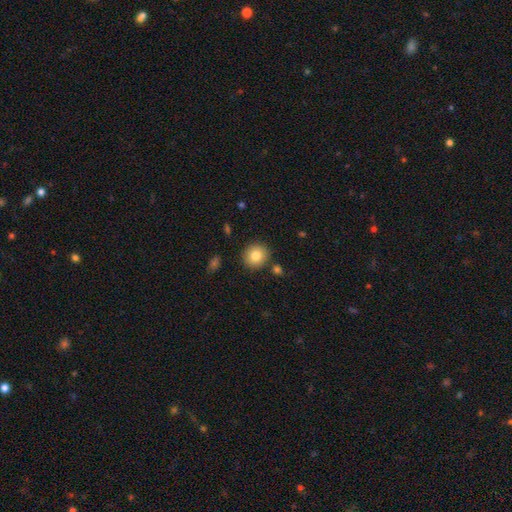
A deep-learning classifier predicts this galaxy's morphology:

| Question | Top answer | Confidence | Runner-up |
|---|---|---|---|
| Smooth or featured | smooth | 81% | featured or disk (10%) |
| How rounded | round | 87% | in between (12%) |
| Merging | none | 87% | minor disturbance (7%) |